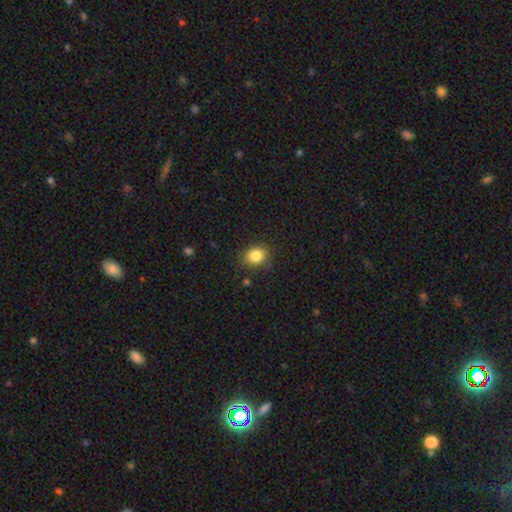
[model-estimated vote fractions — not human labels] Morphology: type=smooth (84%); roundness=round (55%); merging=none (84%).